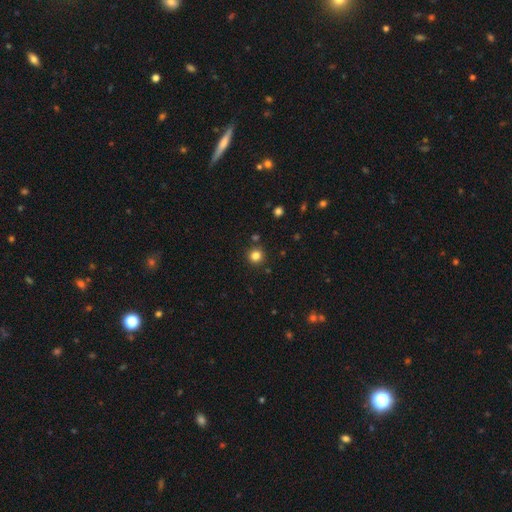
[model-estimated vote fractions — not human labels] Smooth or featured: smooth — 82% (star or artifact — 14%)
How rounded: round — 94% (in between — 5%)
Merging: none — 89% (minor disturbance — 6%)